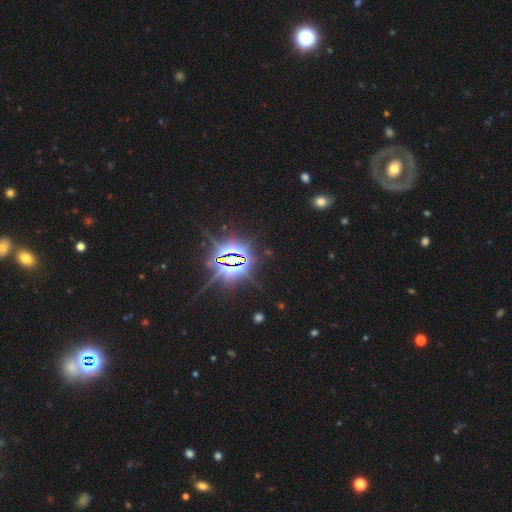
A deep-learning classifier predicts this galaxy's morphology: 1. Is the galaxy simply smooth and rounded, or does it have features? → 75% star or artifact, 13% featured or disk, 11% smooth.